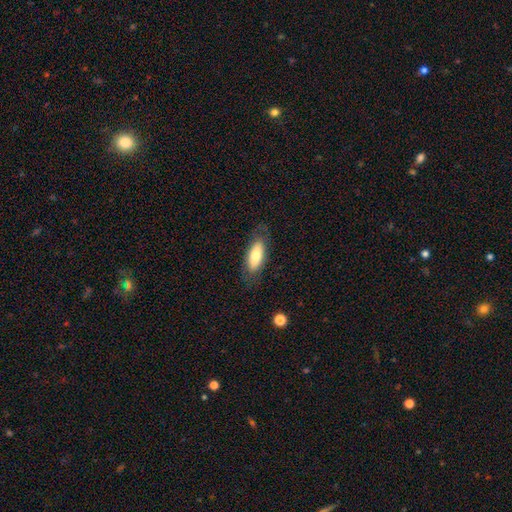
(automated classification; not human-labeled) smooth_or_featured: smooth (p=0.73) [alt: featured or disk p=0.21]
how_rounded: in between (p=0.79) [alt: cigar-shaped p=0.18]
merging: none (p=0.78) [alt: minor disturbance p=0.15]